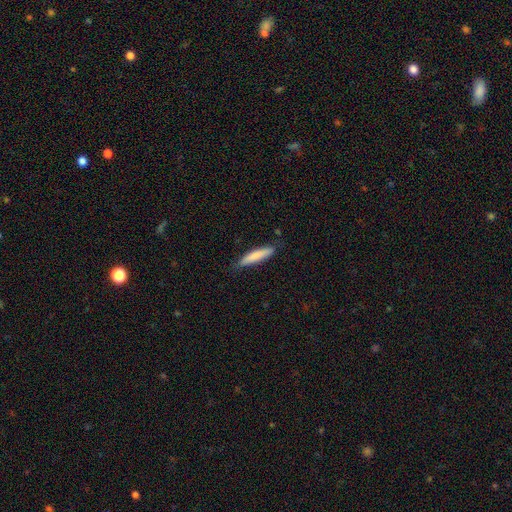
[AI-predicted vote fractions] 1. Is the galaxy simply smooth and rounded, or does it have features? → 81% smooth, 14% featured or disk, 5% star or artifact.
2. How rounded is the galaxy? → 89% cigar-shaped, 10% in between, 1% round.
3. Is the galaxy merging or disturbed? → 79% none, 17% minor disturbance, 2% major disturbance, 1% merger.